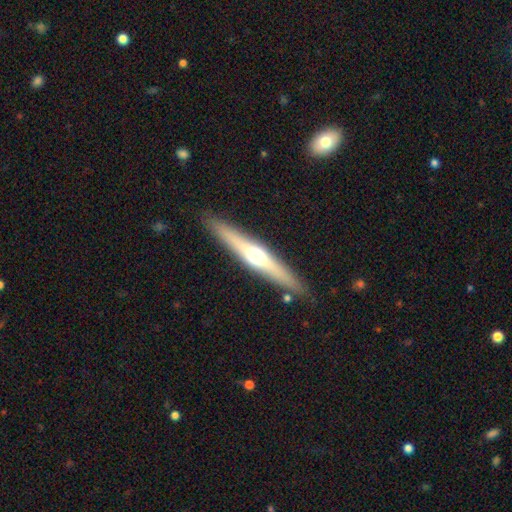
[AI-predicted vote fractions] smooth-or-featured: featured or disk: 61% | smooth: 33% | star or artifact: 6%
  disk-edge-on: yes: 95% | no: 5%
    edge-on-bulge: rounded: 89% | none: 7% | boxy: 4%
  merging: none: 89% | minor disturbance: 8% | merger: 2% | major disturbance: 2%